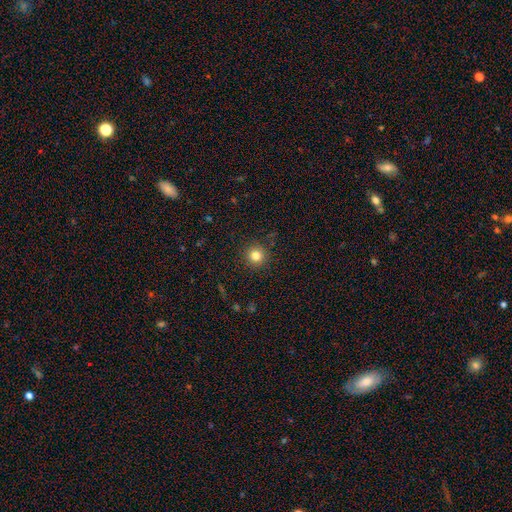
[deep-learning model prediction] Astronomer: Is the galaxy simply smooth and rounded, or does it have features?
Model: smooth — 81%.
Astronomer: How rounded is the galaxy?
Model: round — 95%.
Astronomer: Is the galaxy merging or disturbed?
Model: none — 91%.